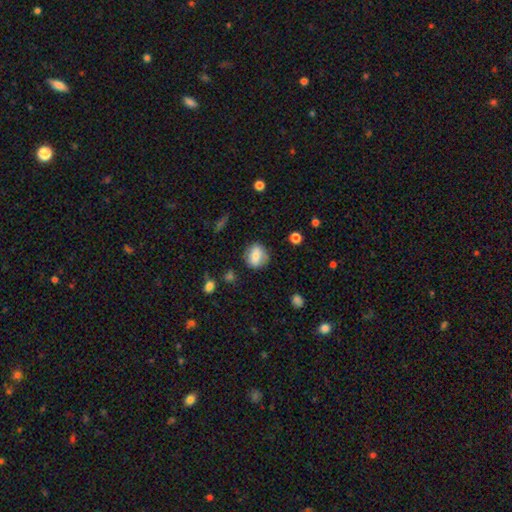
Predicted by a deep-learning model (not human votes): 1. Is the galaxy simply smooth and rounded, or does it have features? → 74% smooth, 17% featured or disk, 9% star or artifact.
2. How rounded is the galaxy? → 65% round, 33% in between, 2% cigar-shaped.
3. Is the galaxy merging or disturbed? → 79% none, 15% minor disturbance, 5% major disturbance, 2% merger.